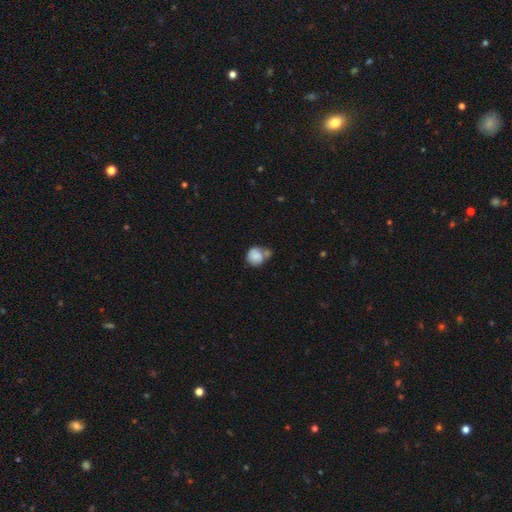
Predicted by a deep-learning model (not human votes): A smooth galaxy with no disk features (80%) that is round (84%).

Vote fractions:
- Smooth or featured? smooth: 80% / featured or disk: 12% / star or artifact: 8%
- How rounded? round: 84% / in between: 15% / cigar-shaped: 1%
- Merging? none: 39% / merger: 33% / minor disturbance: 21% / major disturbance: 8%